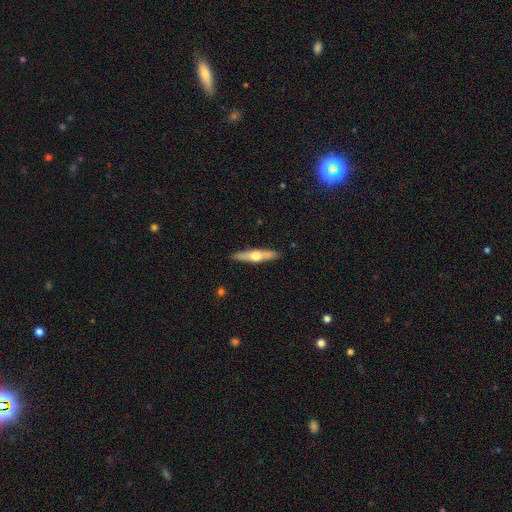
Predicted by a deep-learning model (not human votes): This appears to be a featured or disk galaxy (54%) viewed edge-on (91%). Merging: none (88%).